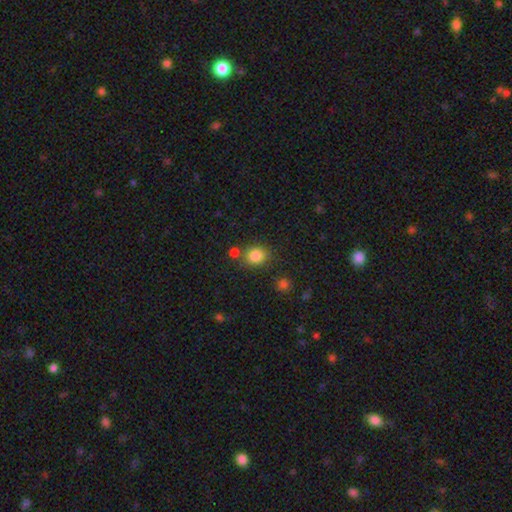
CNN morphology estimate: Q: Smooth or featured?
A: smooth (84%); runner-up: star or artifact (11%)
Q: How rounded?
A: round (76%); runner-up: in between (23%)
Q: Merging?
A: none (70%); runner-up: merger (14%)